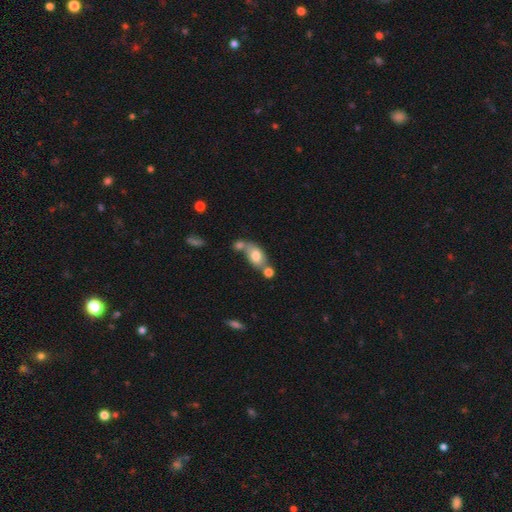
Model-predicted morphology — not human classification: Smooth or featured: smooth — 71% (featured or disk — 21%)
How rounded: in between — 84% (round — 11%)
Merging: none — 43% (merger — 37%)